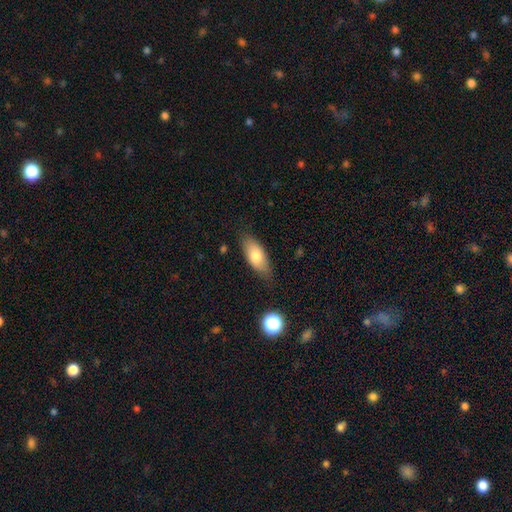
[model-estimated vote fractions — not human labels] Overall: smooth (76%). How rounded: in between (84%). Merging: none (78%).